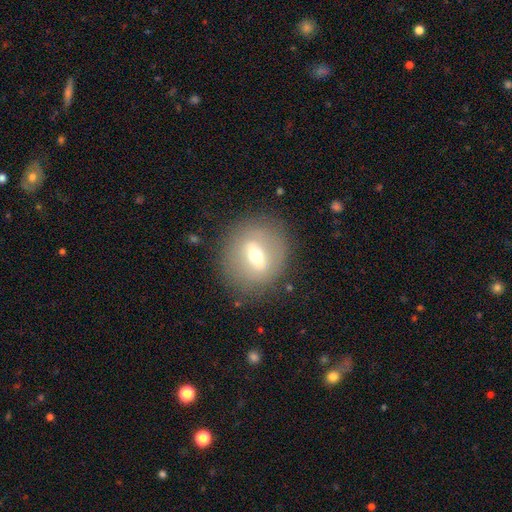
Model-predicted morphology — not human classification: Smooth or featured?
  - featured or disk: 51% *
  - smooth: 40%
  - star or artifact: 9%
Edge-on disk?
  - no: 82% *
  - yes: 18%
Merging?
  - none: 80% *
  - minor disturbance: 12%
  - major disturbance: 6%
  - merger: 2%